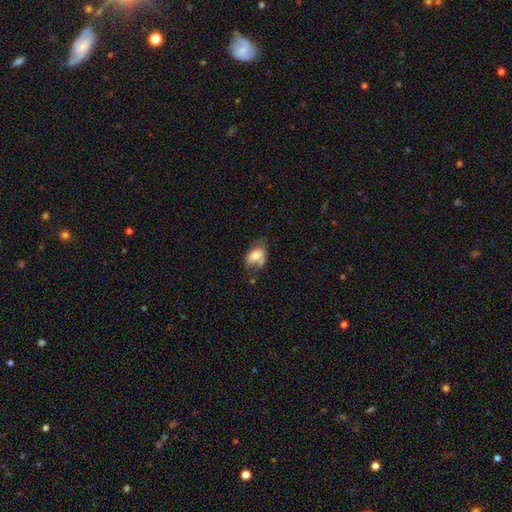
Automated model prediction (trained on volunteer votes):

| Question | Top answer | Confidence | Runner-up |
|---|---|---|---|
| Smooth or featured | smooth | 66% | featured or disk (26%) |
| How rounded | in between | 86% | round (12%) |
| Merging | none | 35% | minor disturbance (30%) |